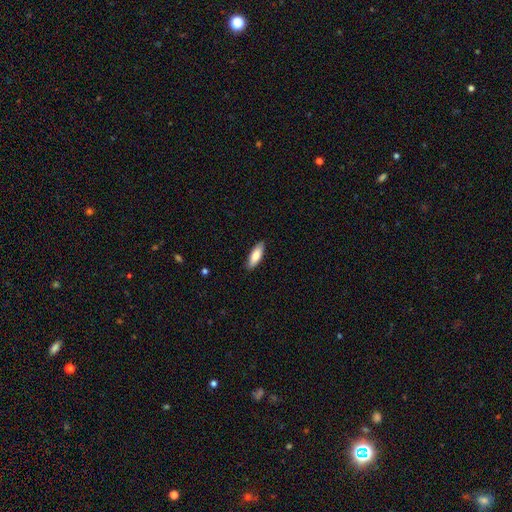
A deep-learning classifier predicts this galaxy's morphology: A smooth galaxy with no disk features (81%) that is in between round and cigar-shaped (67%). Merging: none (89%).